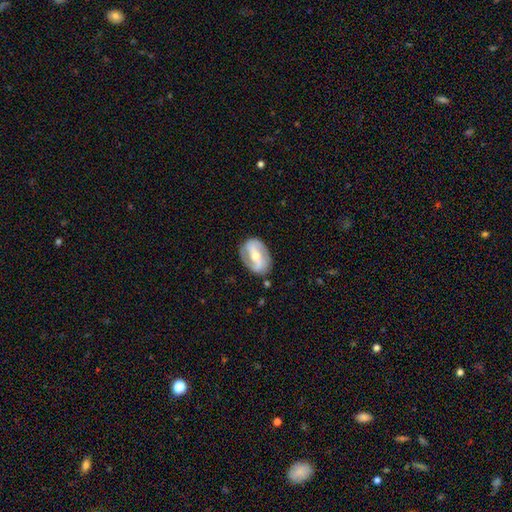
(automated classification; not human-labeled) This appears to be a featured or disk galaxy (80%) with a strong bar (59%), 2 (89%) medium (42%) spiral arms (83%) and a moderate central bulge (54%). Merging: none (82%).